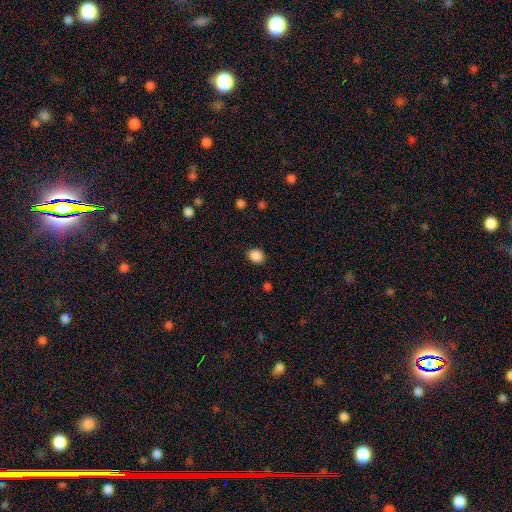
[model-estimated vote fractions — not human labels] smooth 87%, star or artifact 10%, featured or disk 3%. Down the decision tree: how rounded — round (64%); merging — none (86%).